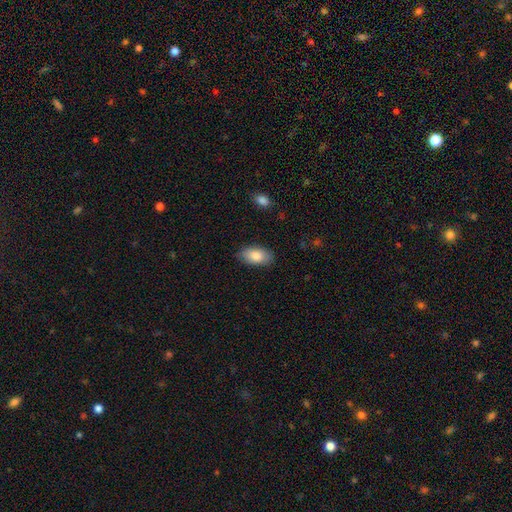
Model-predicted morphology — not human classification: Smooth or featured?
  - smooth: 85% *
  - featured or disk: 9%
  - star or artifact: 6%
How rounded?
  - in between: 93% *
  - round: 4%
  - cigar-shaped: 3%
Merging?
  - none: 85% *
  - minor disturbance: 11%
  - major disturbance: 3%
  - merger: 1%